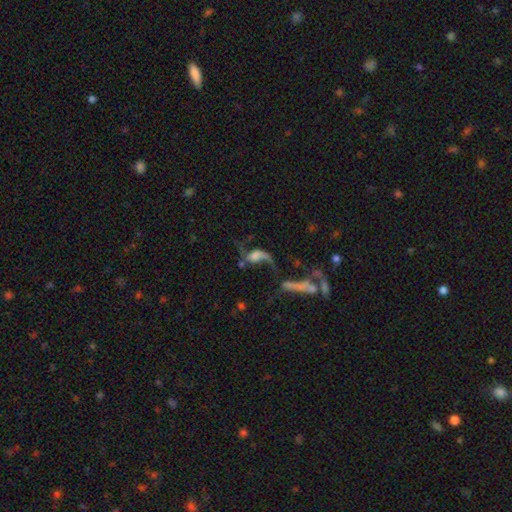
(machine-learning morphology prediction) A featured or disk galaxy (70%) with no bar (58%), 2 (81%) loose (89%) spiral arms (85%) and no central bulge (34%). Merging: none (36%).